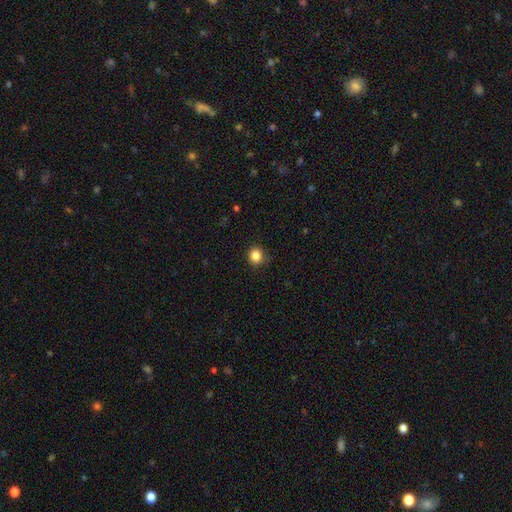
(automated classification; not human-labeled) Overall: smooth (85%). How rounded: round (88%). Merging: none (87%).